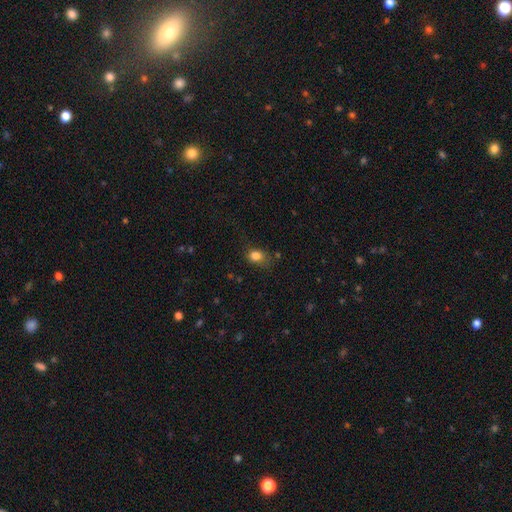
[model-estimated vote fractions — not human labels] smooth-or-featured: smooth: 83% | star or artifact: 11% | featured or disk: 6%
  how-rounded: in between: 58% | round: 41% | cigar-shaped: 1%
  merging: none: 57% | minor disturbance: 28% | major disturbance: 12% | merger: 3%